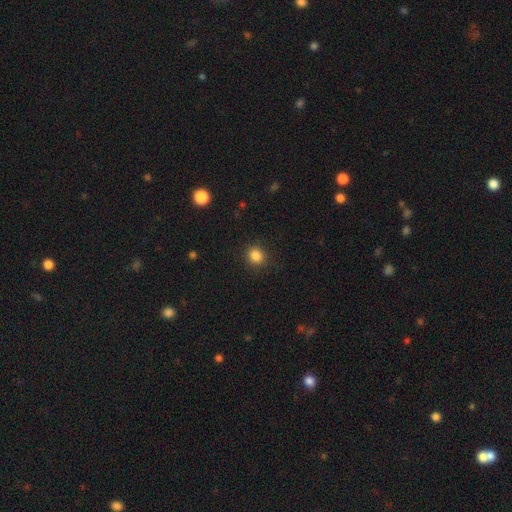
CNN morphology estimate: A smooth galaxy with no disk features (84%) that is round (81%). Merging: none (90%).